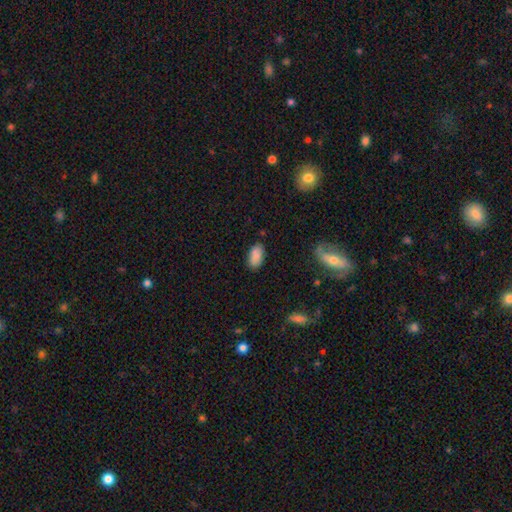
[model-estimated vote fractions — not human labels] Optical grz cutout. It shows a smooth galaxy with no disk features (85%) that is in between round and cigar-shaped (94%). Merging: none (79%).